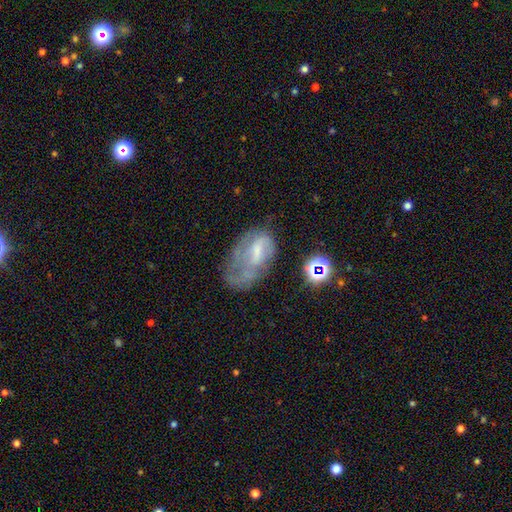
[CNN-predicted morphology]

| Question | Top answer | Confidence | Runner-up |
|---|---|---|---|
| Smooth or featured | featured or disk | 51% | smooth (32%) |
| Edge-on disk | no | 93% | yes (7%) |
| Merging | none | 41% | minor disturbance (27%) |